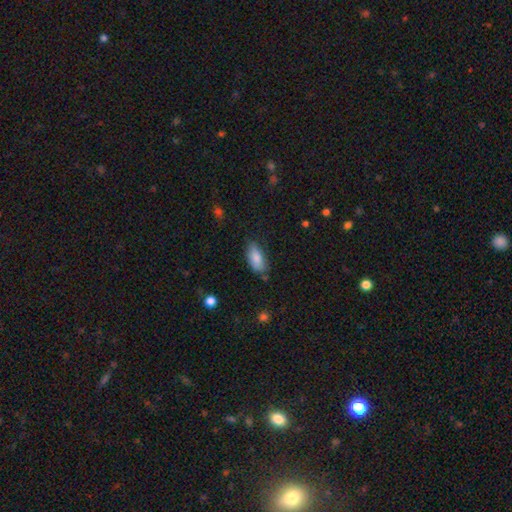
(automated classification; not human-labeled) smooth-or-featured: smooth: 84% | featured or disk: 9% | star or artifact: 7%
  how-rounded: in between: 86% | cigar-shaped: 11% | round: 2%
  merging: none: 70% | minor disturbance: 23% | major disturbance: 4% | merger: 3%